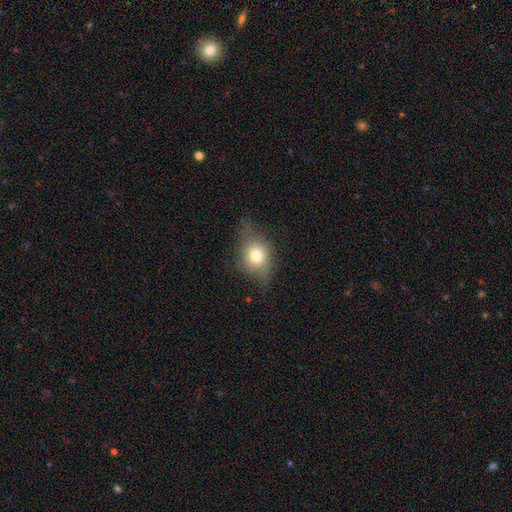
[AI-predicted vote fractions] A smooth galaxy with no disk features (68%) that is in between round and cigar-shaped (54%). Merging: none (55%).